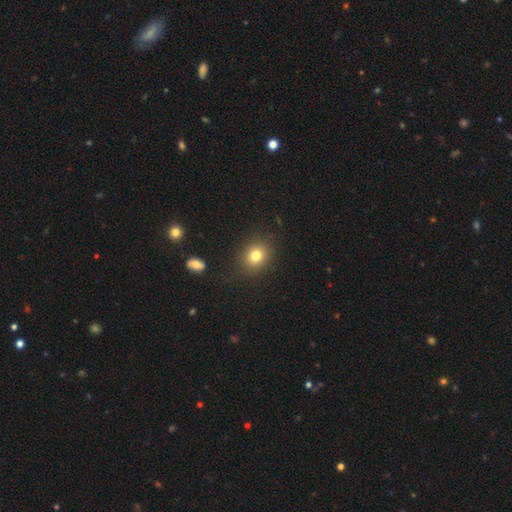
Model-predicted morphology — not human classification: smooth 79%, star or artifact 13%, featured or disk 8%. Down the decision tree: how rounded — round (71%); merging — none (87%).